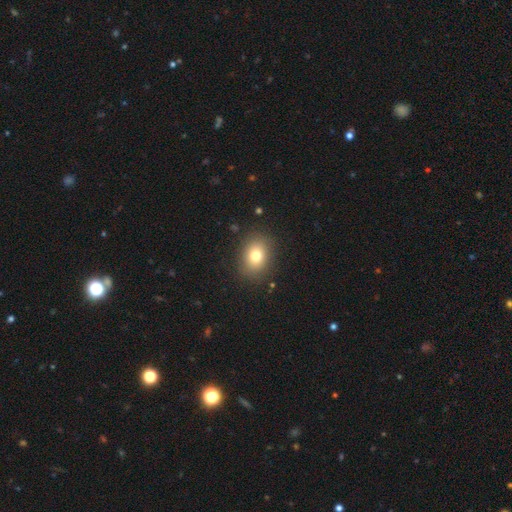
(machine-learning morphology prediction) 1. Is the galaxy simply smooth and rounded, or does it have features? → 76% smooth, 12% featured or disk, 12% star or artifact.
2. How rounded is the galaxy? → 55% in between, 44% round, 1% cigar-shaped.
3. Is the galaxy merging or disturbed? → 87% none, 9% minor disturbance, 3% major disturbance, 1% merger.